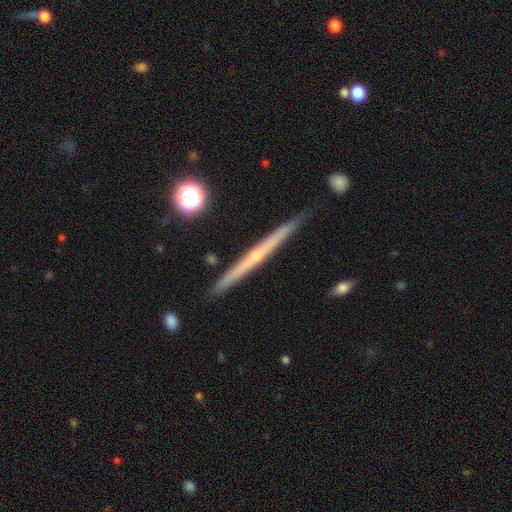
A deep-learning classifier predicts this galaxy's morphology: This is likely a featured or disk galaxy (77%). It is clearly viewed edge-on (98%). Edge-on bulge: possibly rounded (59%). Merging: clearly none (90%).